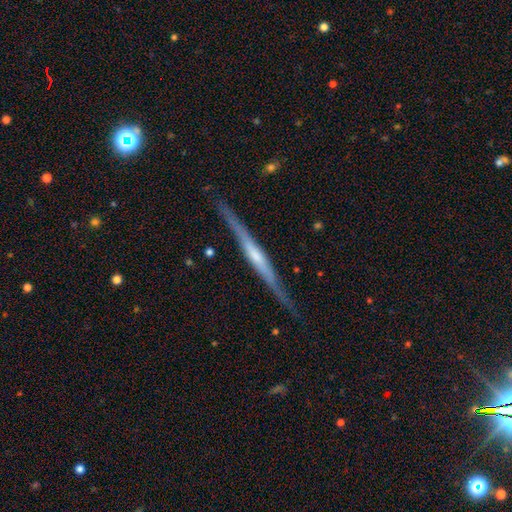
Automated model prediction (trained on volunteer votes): A featured or disk galaxy (76%) viewed edge-on (97%) with a rounded central bulge (43%). Merging: none (85%).